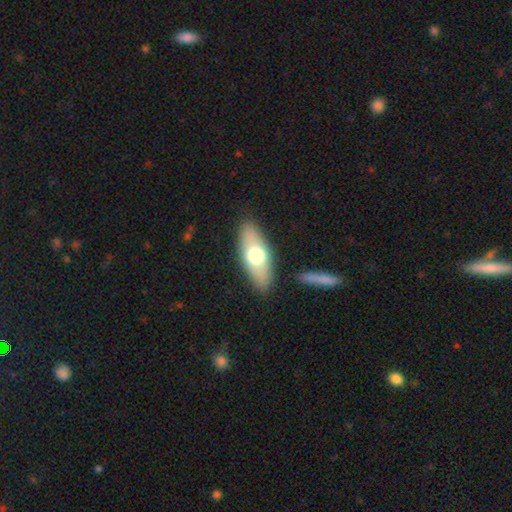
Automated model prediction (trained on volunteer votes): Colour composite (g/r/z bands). It shows a smooth galaxy with no disk features (61%) that is in between round and cigar-shaped (73%). Merging: none (86%).